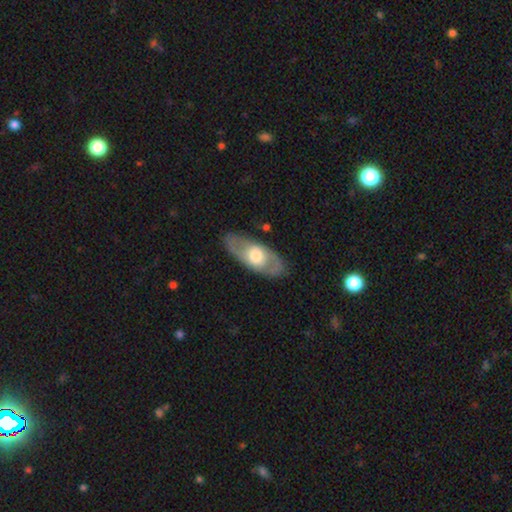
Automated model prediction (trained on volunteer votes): This is possibly a featured or disk galaxy (54%). It is likely not viewed edge-on (80%). Merging: clearly none (84%).